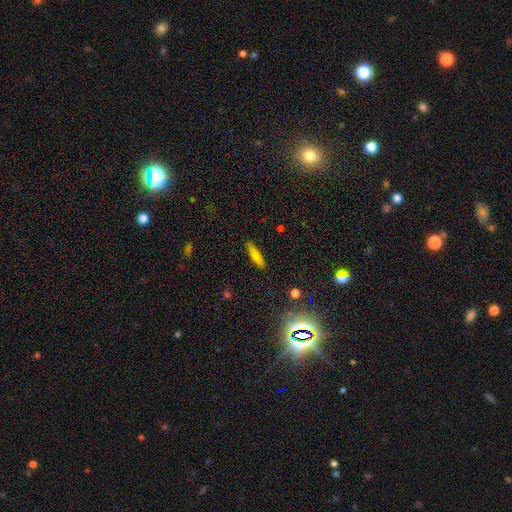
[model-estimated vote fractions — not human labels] Morphology: type=smooth (77%); roundness=cigar-shaped (79%); merging=none (87%).